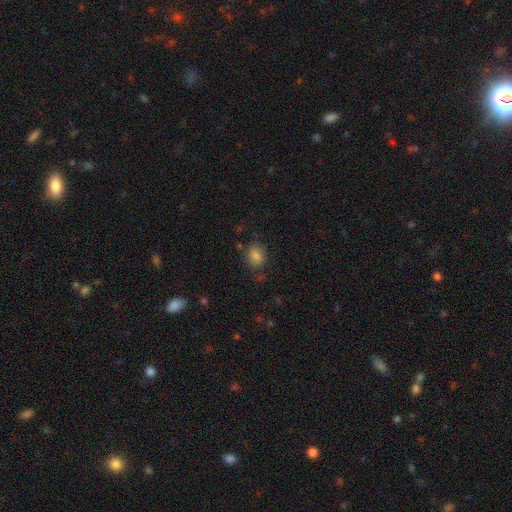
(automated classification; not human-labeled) Overall: smooth (82%). How rounded: round (50%; in between 49%). Merging: none (79%).